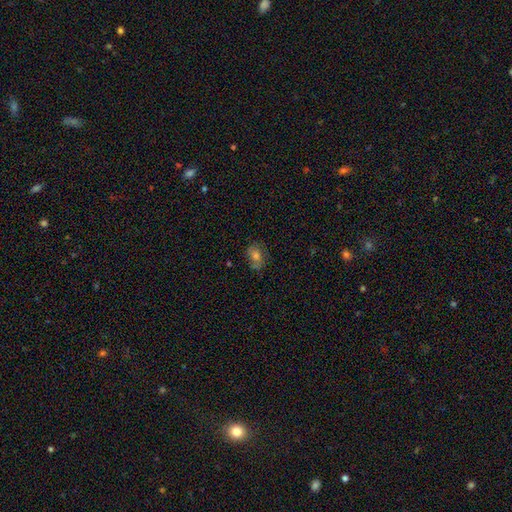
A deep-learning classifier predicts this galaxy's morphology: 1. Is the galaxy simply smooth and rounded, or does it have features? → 48% smooth, 33% featured or disk, 20% star or artifact.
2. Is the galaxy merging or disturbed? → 71% none, 19% minor disturbance, 7% major disturbance, 4% merger.